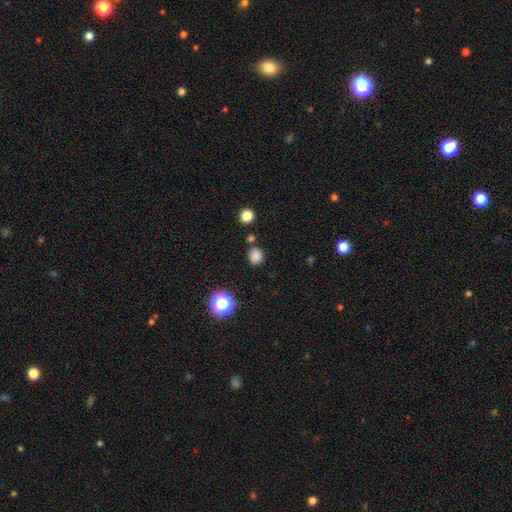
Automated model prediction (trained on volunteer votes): This appears to be a smooth galaxy with no disk features (81%) that is round (71%). Merging: none (78%).